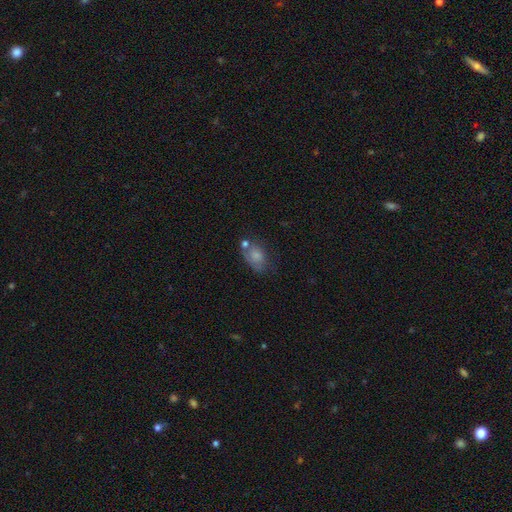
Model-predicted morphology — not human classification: Smooth or featured? Predicted: smooth (p=0.63). How rounded? Predicted: in between (p=0.80). Merging? Predicted: none (p=0.41).